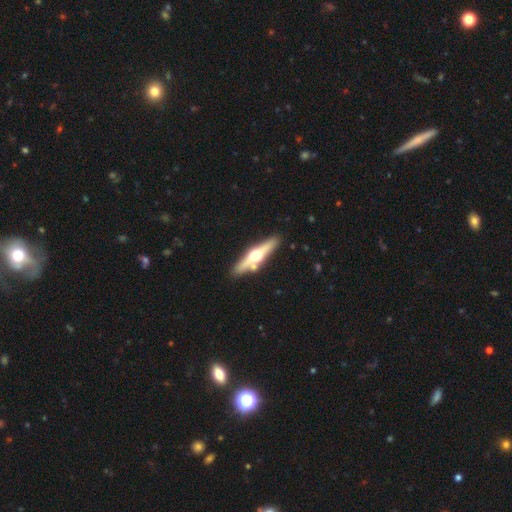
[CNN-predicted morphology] Q: Smooth or featured?
A: featured or disk (70%); runner-up: smooth (25%)
Q: Edge-on disk?
A: yes (96%); runner-up: no (4%)
Q: Edge-on bulge?
A: rounded (95%); runner-up: boxy (3%)
Q: Merging?
A: none (83%); runner-up: minor disturbance (9%)